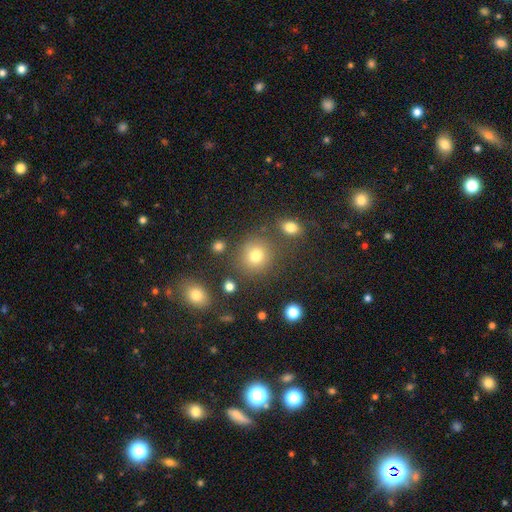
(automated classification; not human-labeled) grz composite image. It shows a smooth galaxy with no disk features (76%) that is round (87%). Merging: none (79%).